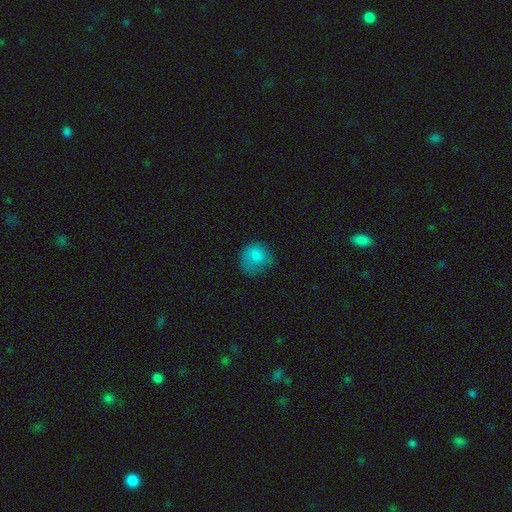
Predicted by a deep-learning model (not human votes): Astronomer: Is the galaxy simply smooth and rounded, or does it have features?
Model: smooth — 81%.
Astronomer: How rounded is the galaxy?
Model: round — 81%.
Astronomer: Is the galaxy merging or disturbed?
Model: none — 54%.